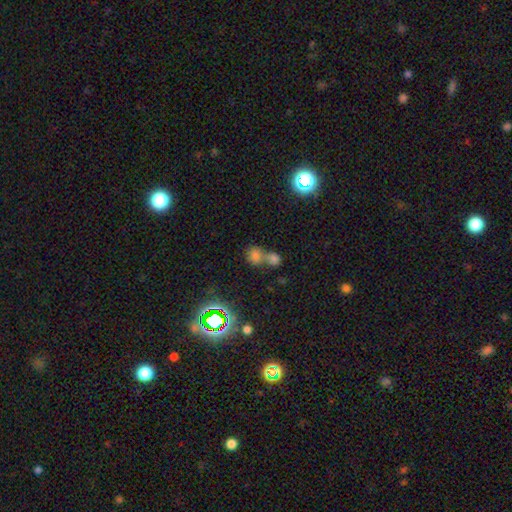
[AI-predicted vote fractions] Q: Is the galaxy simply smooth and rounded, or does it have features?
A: smooth — 68%.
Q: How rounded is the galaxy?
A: round — 65%.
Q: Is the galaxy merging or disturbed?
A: merger — 64%.